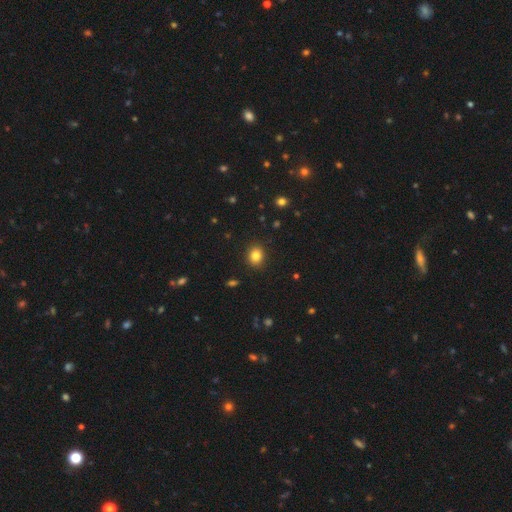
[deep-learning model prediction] A smooth galaxy with no disk features (83%) that is round (66%). Merging: none (90%).